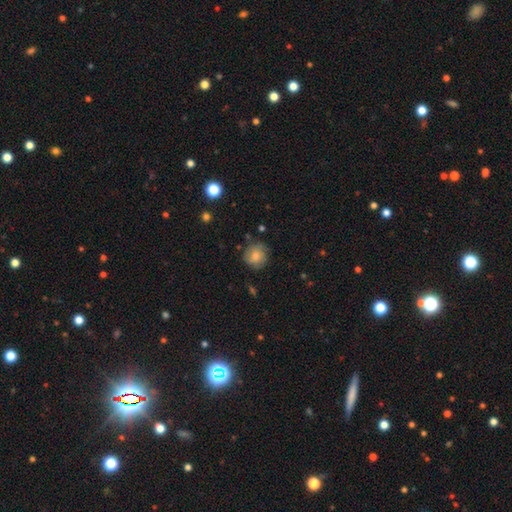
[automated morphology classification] Overall: smooth (75%). How rounded: round (87%). Merging: none (76%).